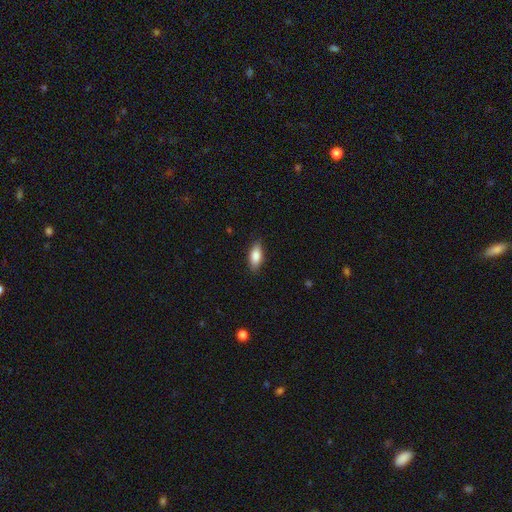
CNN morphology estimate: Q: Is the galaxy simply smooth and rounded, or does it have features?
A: smooth — 85%.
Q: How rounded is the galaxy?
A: in between — 85%.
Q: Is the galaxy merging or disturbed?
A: none — 86%.